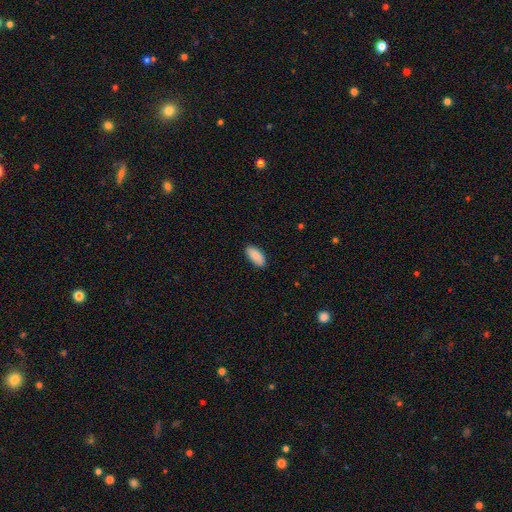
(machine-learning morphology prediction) A smooth galaxy with no disk features (87%) that is in between round and cigar-shaped (89%). Merging: none (88%).